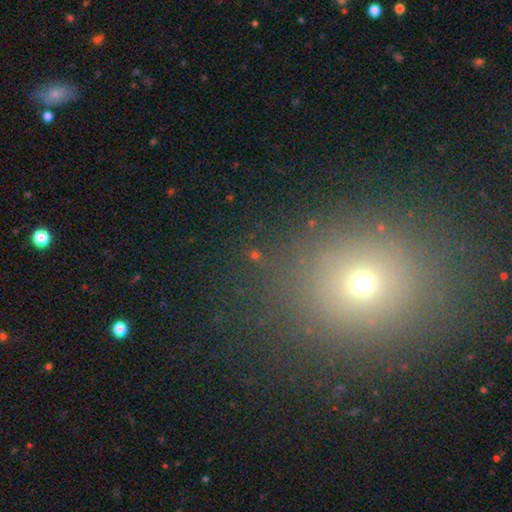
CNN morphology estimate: smooth_or_featured: star or artifact (p=0.51) [alt: smooth p=0.36]